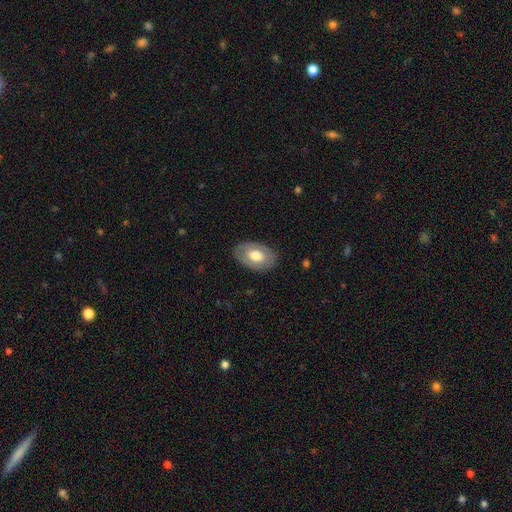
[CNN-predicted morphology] smooth_or_featured: smooth (p=0.55) [alt: featured or disk p=0.39]
how_rounded: in between (p=0.89) [alt: round p=0.10]
merging: none (p=0.83) [alt: minor disturbance p=0.13]